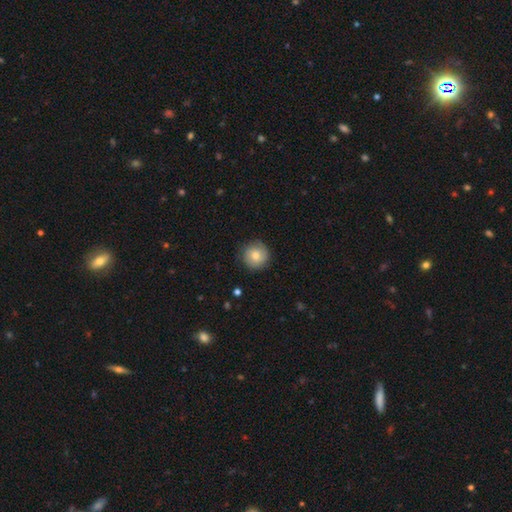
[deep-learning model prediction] Smooth or featured? Predicted: smooth (p=0.69). How rounded? Predicted: round (p=0.94). Merging? Predicted: none (p=0.84).